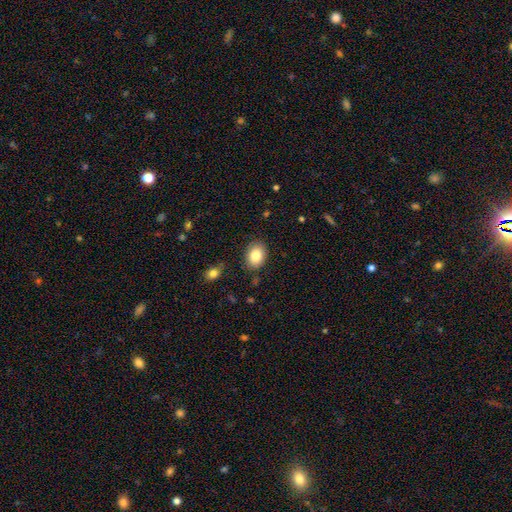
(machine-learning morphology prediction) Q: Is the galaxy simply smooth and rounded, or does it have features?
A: smooth — 84%.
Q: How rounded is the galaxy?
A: in between — 73%.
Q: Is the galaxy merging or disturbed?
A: none — 85%.